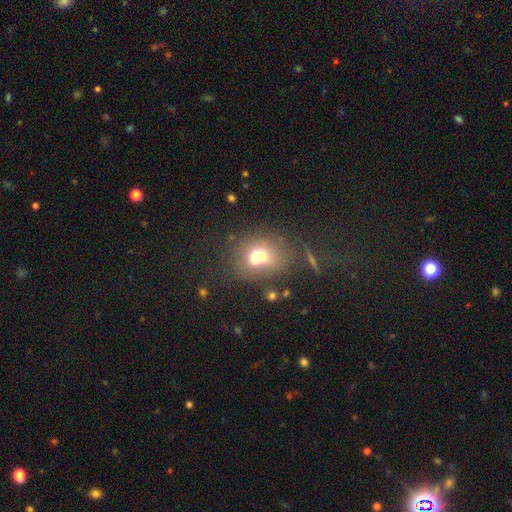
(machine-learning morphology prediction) Q: Smooth or featured?
A: smooth (59%); runner-up: featured or disk (26%)
Q: How rounded?
A: round (62%); runner-up: in between (36%)
Q: Merging?
A: merger (54%); runner-up: none (30%)